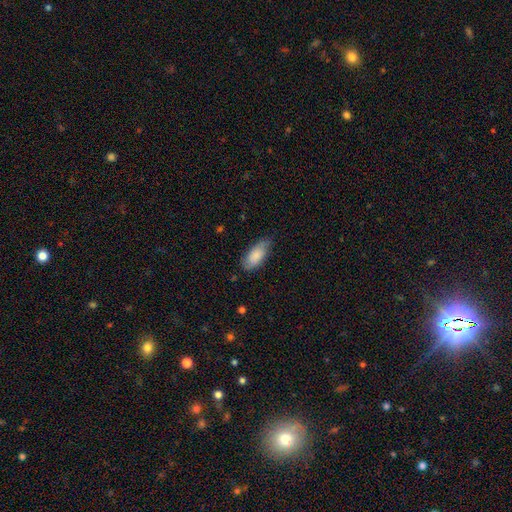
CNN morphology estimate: A smooth galaxy with no disk features (80%) that is in between round and cigar-shaped (86%). Merging: none (69%).